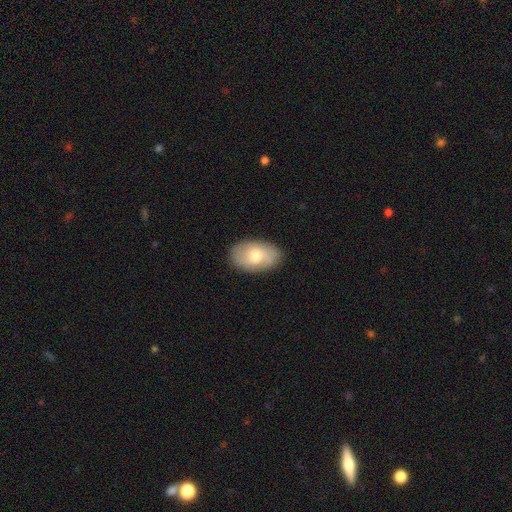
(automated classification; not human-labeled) This is possibly a smooth galaxy (56%). How rounded: clearly in between (90%). Merging: clearly none (84%).